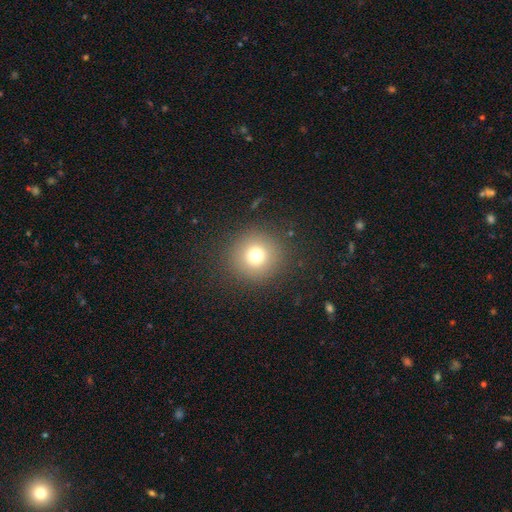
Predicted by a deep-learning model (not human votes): smooth_or_featured: smooth (p=0.73) [alt: star or artifact p=0.16]
how_rounded: round (p=0.94) [alt: in between p=0.05]
merging: none (p=0.89) [alt: minor disturbance p=0.06]